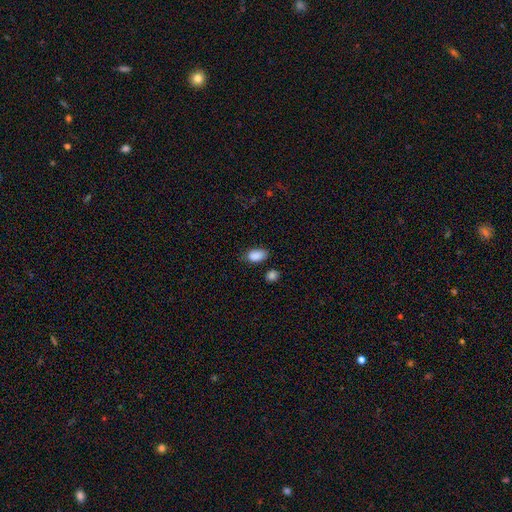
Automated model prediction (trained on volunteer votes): A smooth galaxy with no disk features (88%) that is in between round and cigar-shaped (90%). Merging: none (74%).